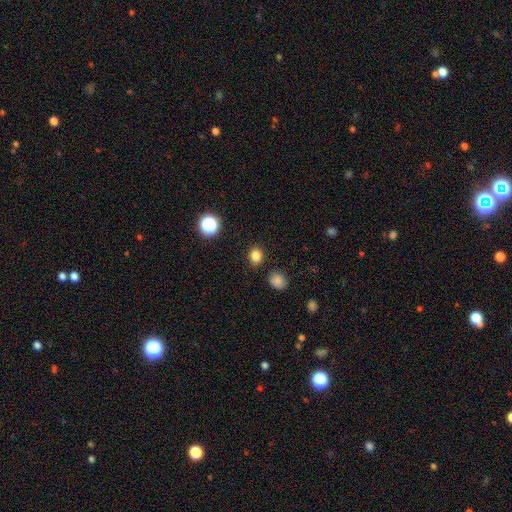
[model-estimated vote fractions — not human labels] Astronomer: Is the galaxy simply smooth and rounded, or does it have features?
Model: smooth — 83%.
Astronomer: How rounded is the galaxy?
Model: round — 60% (runner-up: in between, 39%).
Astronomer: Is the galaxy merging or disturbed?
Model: none — 87%.